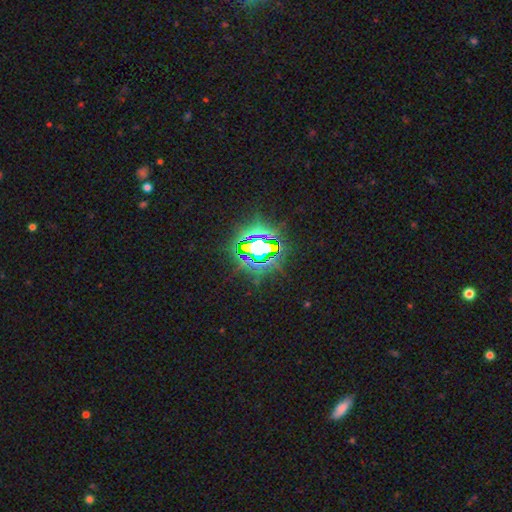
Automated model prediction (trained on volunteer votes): The model was most divided on "smooth or featured": star or artifact: 85%, smooth: 9%, featured or disk: 6%.